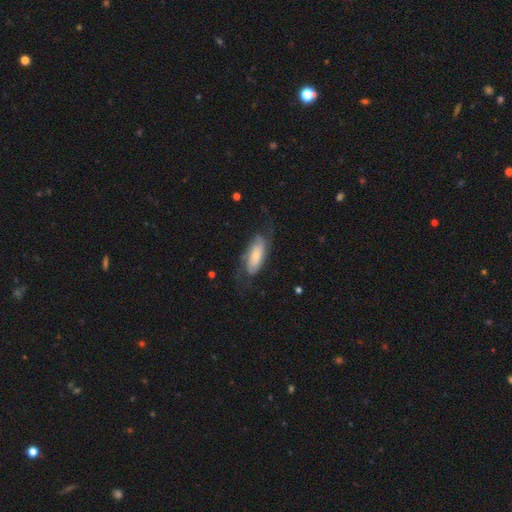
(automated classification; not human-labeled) Smooth or featured? featured or disk (53%)
Edge-on disk? no (87%)
Merging? none (60%)